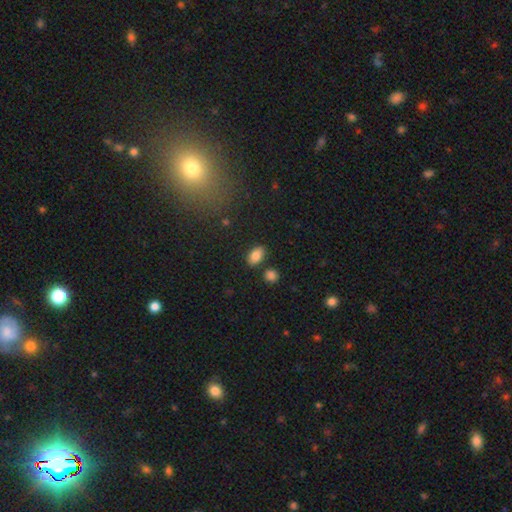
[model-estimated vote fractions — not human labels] This appears to be a smooth galaxy with no disk features (85%) that is in between round and cigar-shaped (87%). Merging: none (82%).